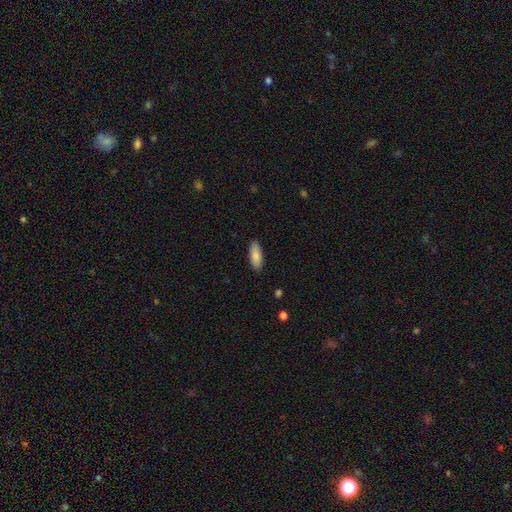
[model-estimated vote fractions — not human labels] smooth_or_featured: smooth (p=0.87) [alt: featured or disk p=0.07]
how_rounded: in between (p=0.70) [alt: cigar-shaped p=0.28]
merging: none (p=0.88) [alt: minor disturbance p=0.09]